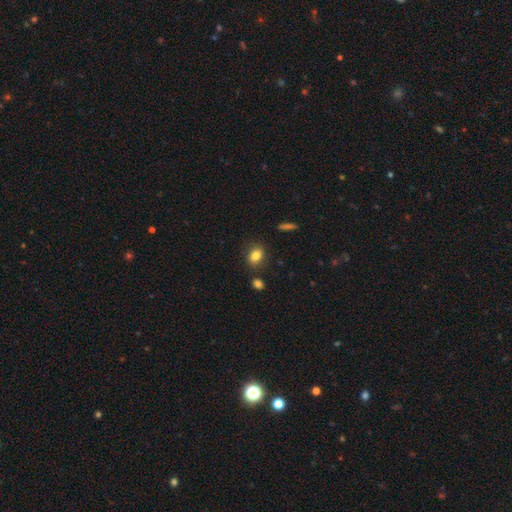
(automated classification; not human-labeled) smooth-or-featured: smooth: 82% | star or artifact: 10% | featured or disk: 8%
  how-rounded: in between: 66% | round: 33% | cigar-shaped: 2%
  merging: none: 81% | minor disturbance: 12% | merger: 4% | major disturbance: 3%